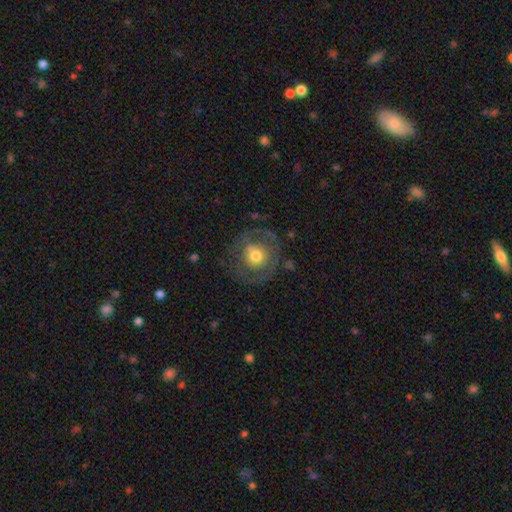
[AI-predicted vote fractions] This appears to be a featured or disk galaxy (46%, tied with smooth). Merging: none (68%).